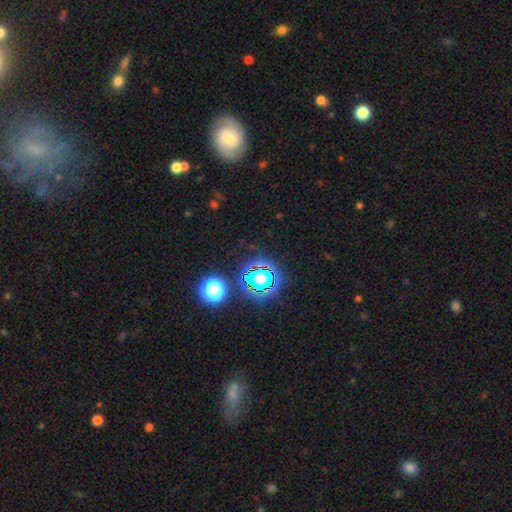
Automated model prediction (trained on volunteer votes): Morphology: type=star or artifact (68%).